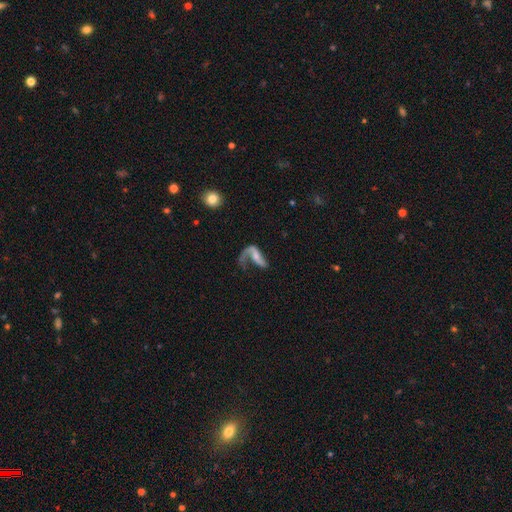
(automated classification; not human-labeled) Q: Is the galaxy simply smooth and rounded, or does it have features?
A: featured or disk — 71%.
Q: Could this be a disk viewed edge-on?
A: no — 93%.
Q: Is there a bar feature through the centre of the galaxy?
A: no — 45%.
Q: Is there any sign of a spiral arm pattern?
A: yes — 84%.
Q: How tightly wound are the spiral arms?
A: loose — 79%.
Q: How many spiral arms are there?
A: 1 — 52%.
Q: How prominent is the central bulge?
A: small — 45%.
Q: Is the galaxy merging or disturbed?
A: major disturbance — 49%.